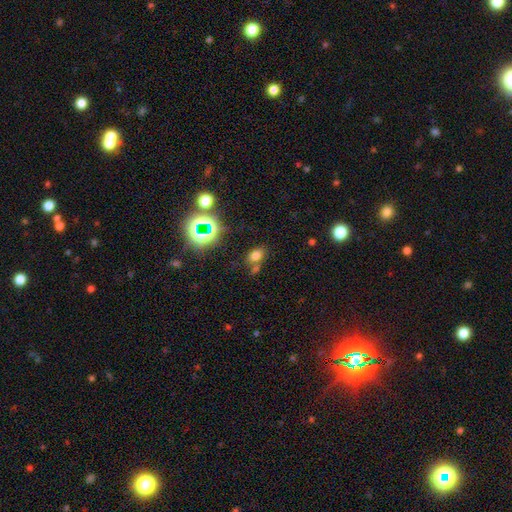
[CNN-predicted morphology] Overall: smooth (67%). How rounded: in between (75%). Merging: none (65%).